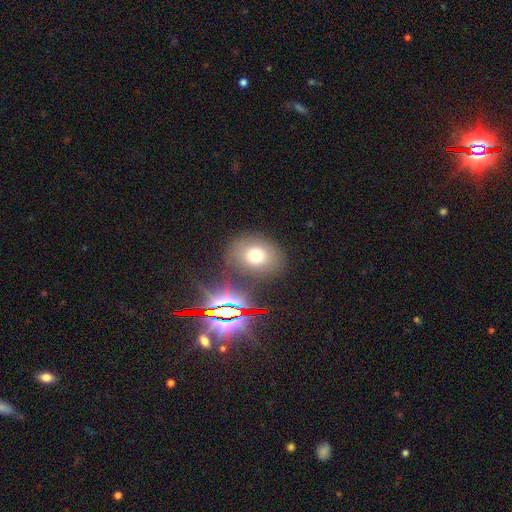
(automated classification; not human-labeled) This is likely a smooth galaxy (68%). How rounded: possibly round (56%). Merging: likely none (79%).